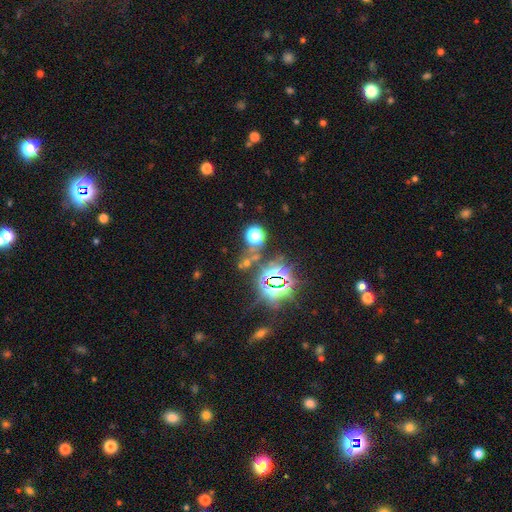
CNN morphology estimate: Smooth or featured?
  - star or artifact: 74% *
  - smooth: 18%
  - featured or disk: 8%